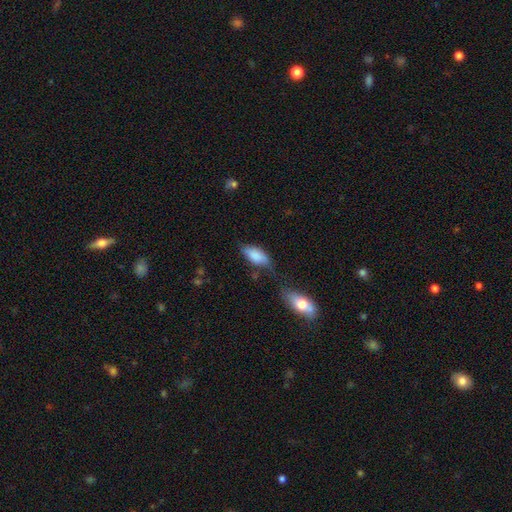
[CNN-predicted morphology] This is clearly a smooth galaxy (84%). How rounded: clearly in between (89%). Merging: possibly none (52%).